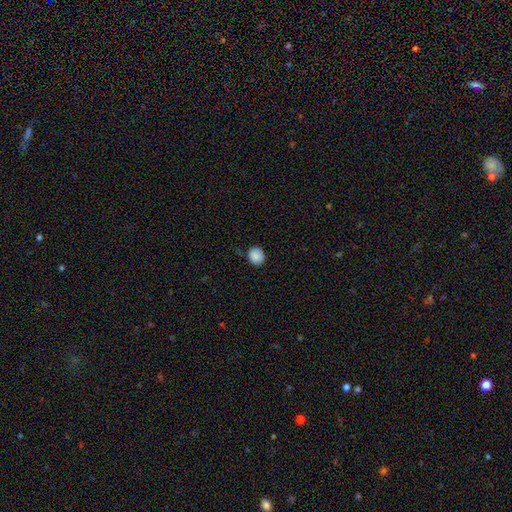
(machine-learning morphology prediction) The model was most divided on "how rounded": round: 81%, in between: 18%, cigar-shaped: 1%. More confident: smooth or featured — smooth (88%); merging — none (83%).